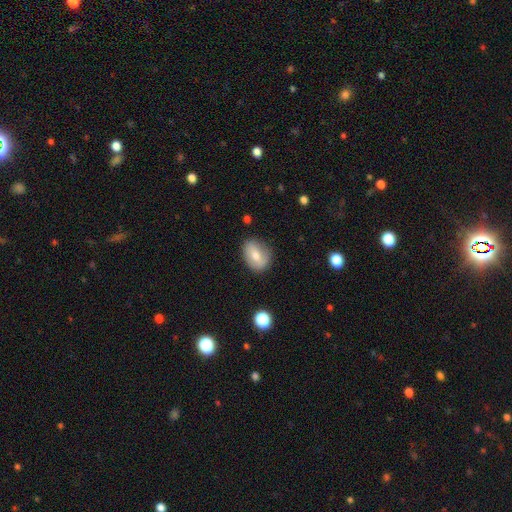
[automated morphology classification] The model was most divided on "smooth or featured": smooth: 62%, featured or disk: 30%, star or artifact: 8%. More confident: merging — none (75%); how rounded — in between (66%).